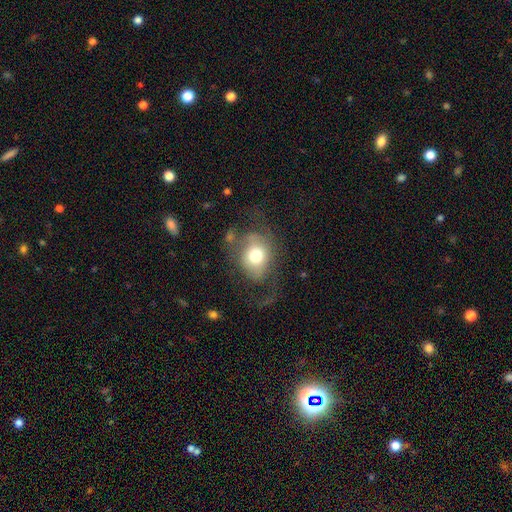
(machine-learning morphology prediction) Smooth or featured? Predicted: smooth (p=0.57). How rounded? Predicted: round (p=0.54). Merging? Predicted: none (p=0.40).